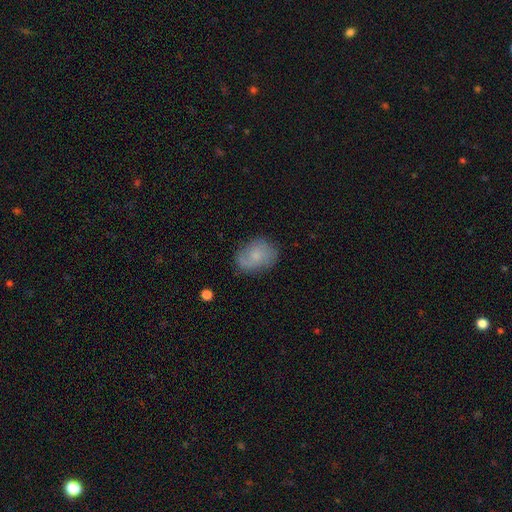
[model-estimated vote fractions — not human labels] smooth 60%, featured or disk 32%, star or artifact 9%. Down the decision tree: how rounded — in between (69%); merging — none (67%).